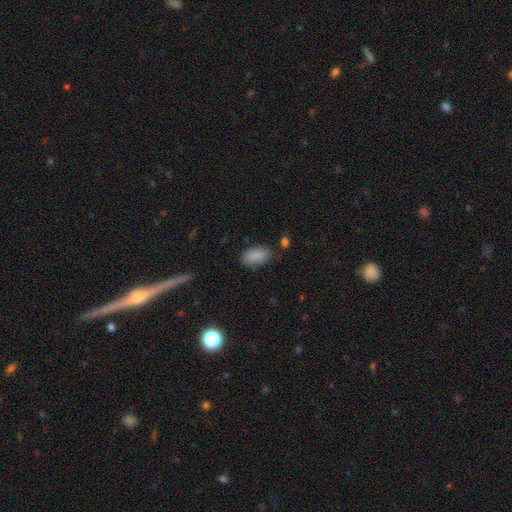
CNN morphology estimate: A smooth galaxy with no disk features (88%) that is in between round and cigar-shaped (94%). Merging: none (79%).